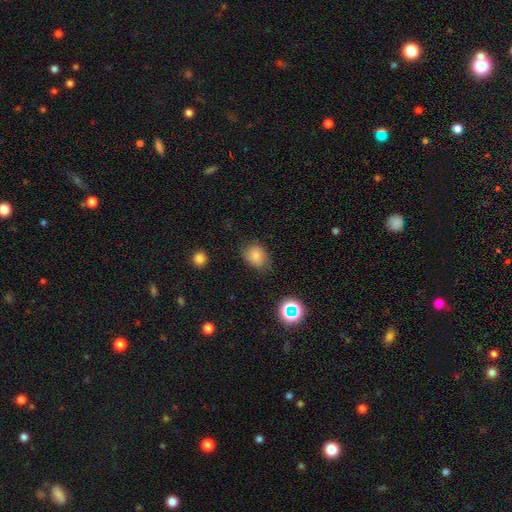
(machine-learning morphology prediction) Overall: smooth (78%). How rounded: round (52%; in between 47%). Merging: none (65%; minor disturbance 26%).